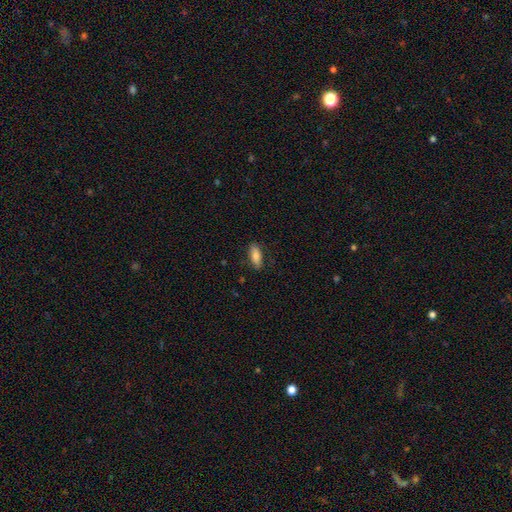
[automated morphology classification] Smooth or featured? smooth (78%)
How rounded? in between (77%)
Merging? none (84%)